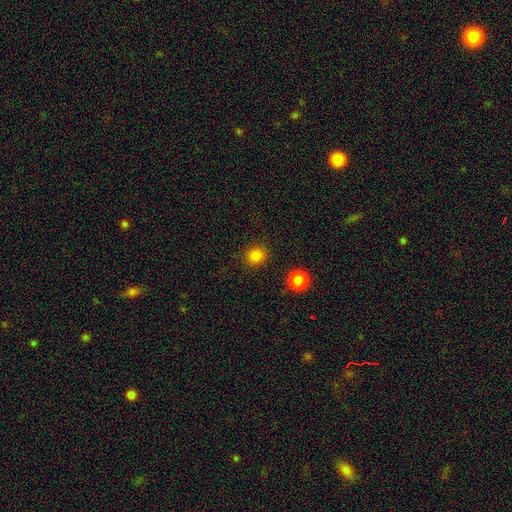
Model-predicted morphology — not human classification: Smooth or featured? Predicted: smooth (p=0.84). How rounded? Predicted: round (p=0.82). Merging? Predicted: none (p=0.89).